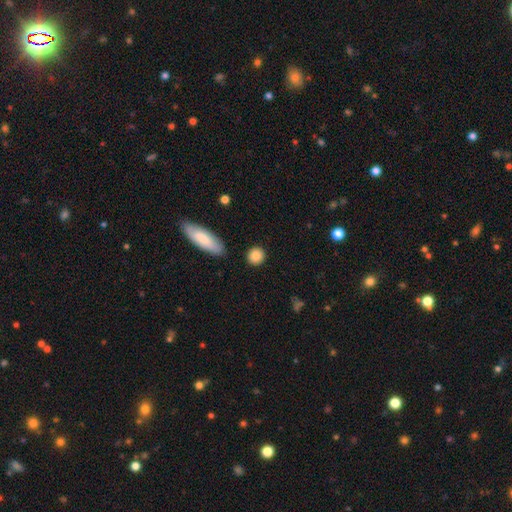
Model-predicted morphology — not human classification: Smooth or featured? Predicted: smooth (p=0.87). How rounded? Predicted: round (p=0.84). Merging? Predicted: none (p=0.88).